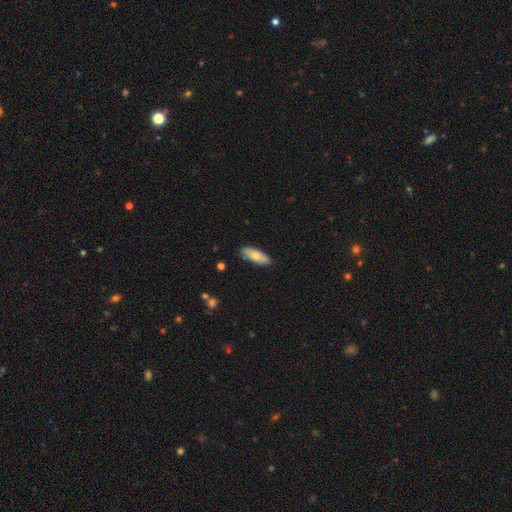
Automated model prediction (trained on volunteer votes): Q: Smooth or featured?
A: smooth (77%); runner-up: featured or disk (17%)
Q: How rounded?
A: in between (68%); runner-up: cigar-shaped (30%)
Q: Merging?
A: none (85%); runner-up: minor disturbance (12%)